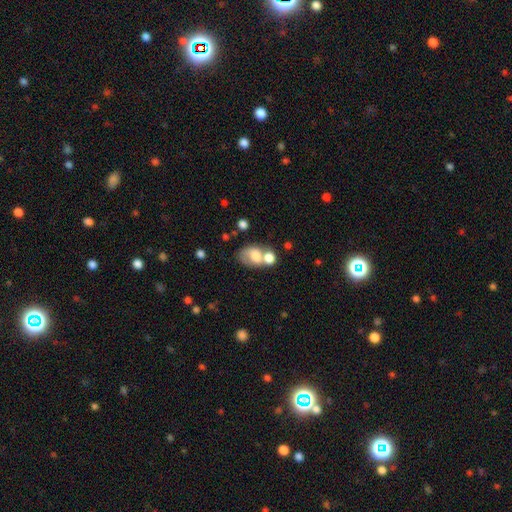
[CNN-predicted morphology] Q: Smooth or featured?
A: smooth (64%); runner-up: featured or disk (25%)
Q: How rounded?
A: in between (72%); runner-up: round (27%)
Q: Merging?
A: merger (50%); runner-up: none (25%)